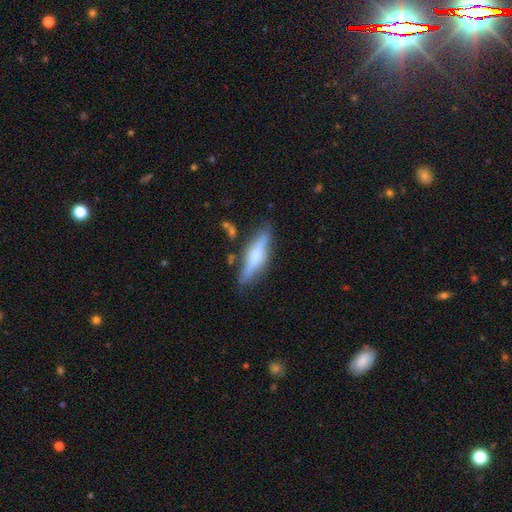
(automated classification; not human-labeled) Smooth or featured: featured or disk — 50% (smooth — 44%)
Merging: none — 77% (minor disturbance — 16%)